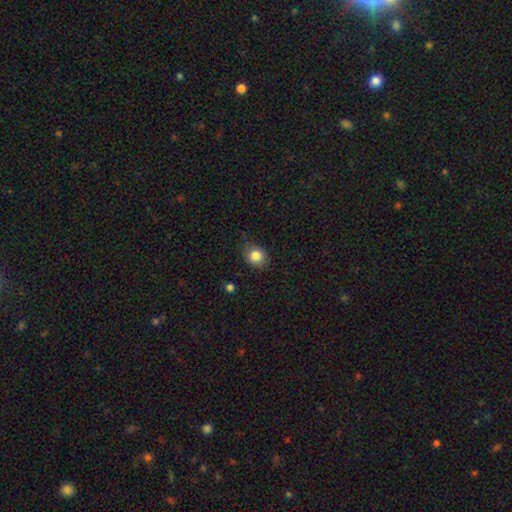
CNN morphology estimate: smooth_or_featured: smooth (p=0.84) [alt: star or artifact p=0.10]
how_rounded: round (p=0.60) [alt: in between p=0.39]
merging: none (p=0.81) [alt: minor disturbance p=0.15]